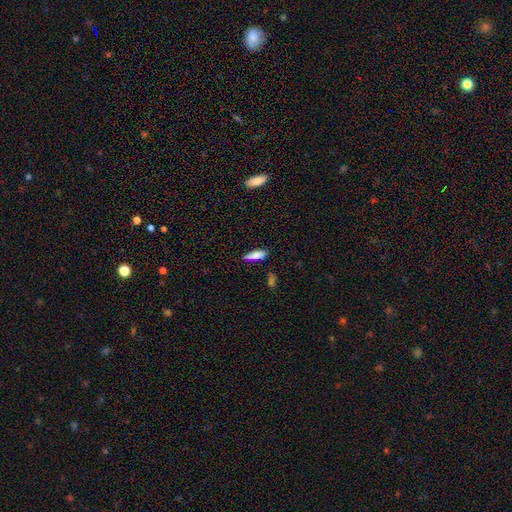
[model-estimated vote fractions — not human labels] A smooth galaxy with no disk features (77%) that is in between round and cigar-shaped (53%). Merging: none (70%).